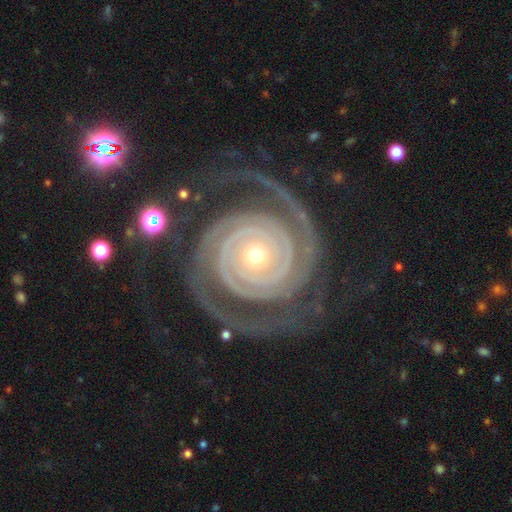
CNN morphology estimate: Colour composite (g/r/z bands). It shows a featured or disk galaxy (93%) with no bar (75%), 2 (74%) tight (87%) spiral arms (99%) and a small central bulge (61%). Merging: none (79%).